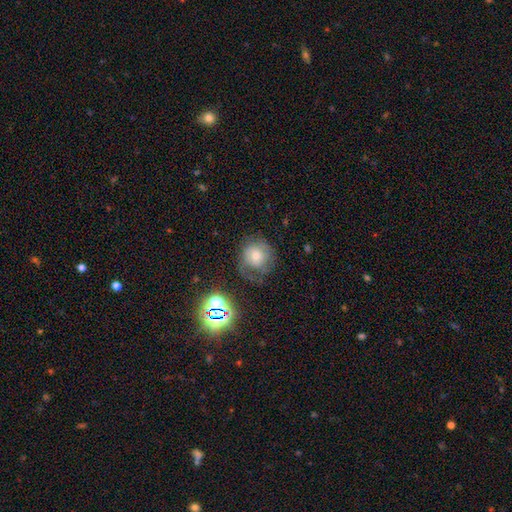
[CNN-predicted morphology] smooth_or_featured: featured or disk (p=0.44) [alt: smooth p=0.39]
merging: none (p=0.58) [alt: minor disturbance p=0.23]